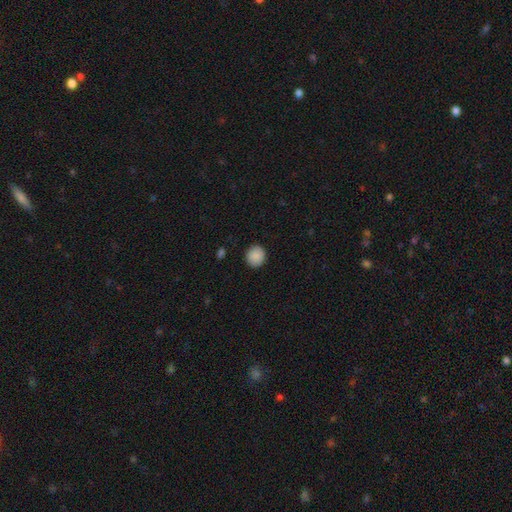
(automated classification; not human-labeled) smooth_or_featured: smooth (p=0.89) [alt: star or artifact p=0.08]
how_rounded: round (p=0.89) [alt: in between p=0.11]
merging: none (p=0.91) [alt: minor disturbance p=0.07]